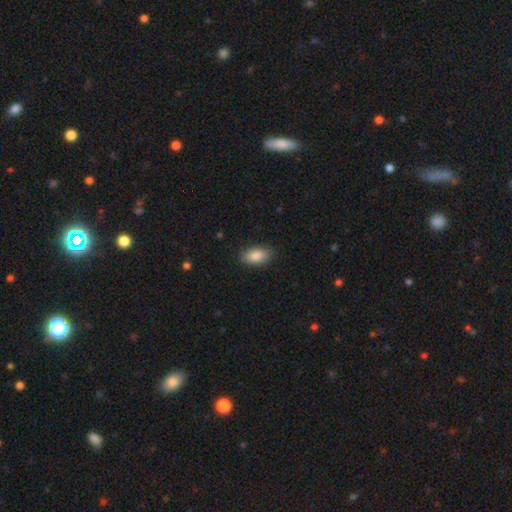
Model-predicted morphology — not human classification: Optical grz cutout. It shows a smooth galaxy with no disk features (89%) that is in between round and cigar-shaped (93%). Merging: none (87%).